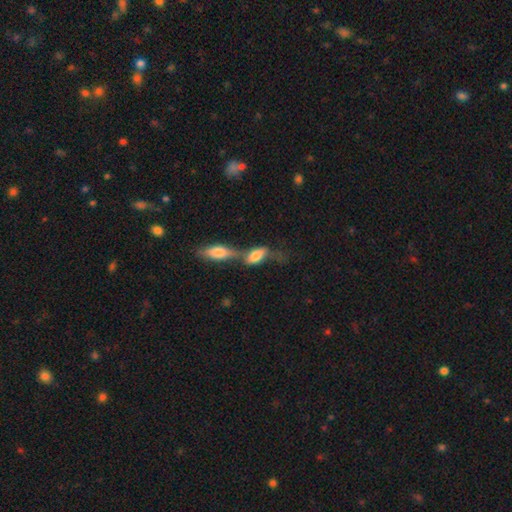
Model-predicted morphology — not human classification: smooth 65%, featured or disk 26%, star or artifact 8%. Down the decision tree: how rounded — in between (80%); merging — merger (64%).